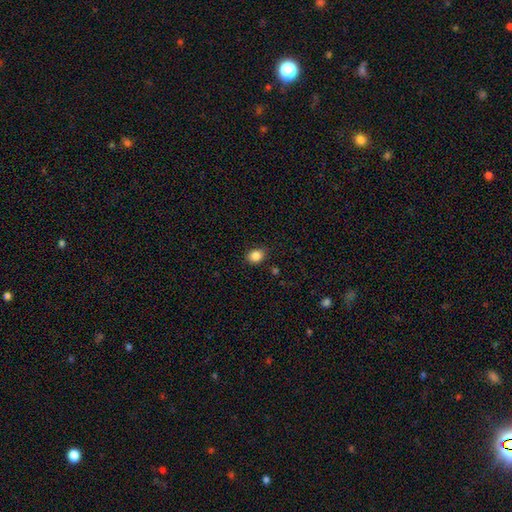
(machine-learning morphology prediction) The model was most divided on "how rounded": round: 53%, in between: 46%, cigar-shaped: 1%. More confident: smooth or featured — smooth (86%); merging — none (85%).